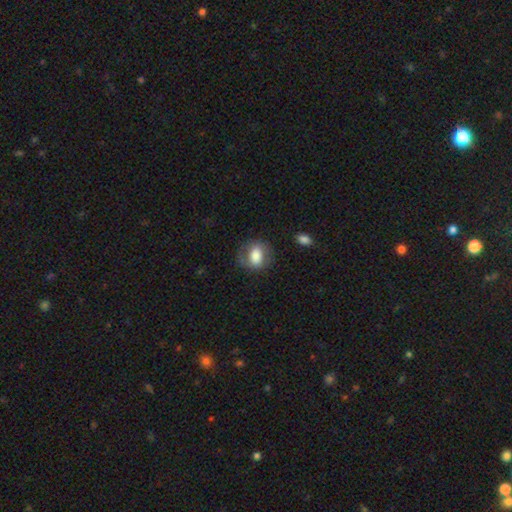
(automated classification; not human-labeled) The model was most divided on "how rounded": in between: 59%, round: 40%, cigar-shaped: 2%. More confident: smooth or featured — smooth (71%); merging — none (70%).